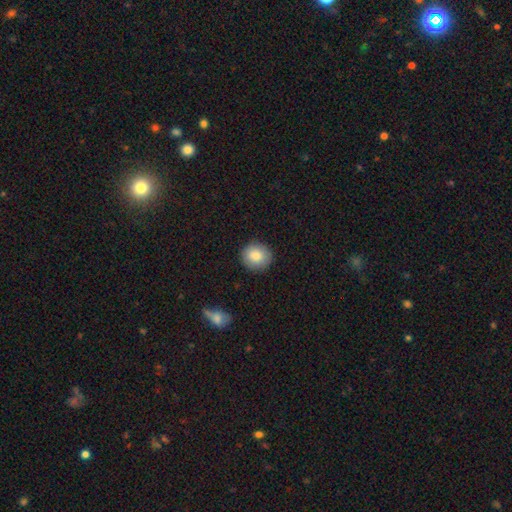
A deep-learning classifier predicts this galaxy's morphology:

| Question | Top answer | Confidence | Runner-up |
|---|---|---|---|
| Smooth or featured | smooth | 86% | star or artifact (7%) |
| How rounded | round | 86% | in between (13%) |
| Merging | none | 89% | minor disturbance (8%) |